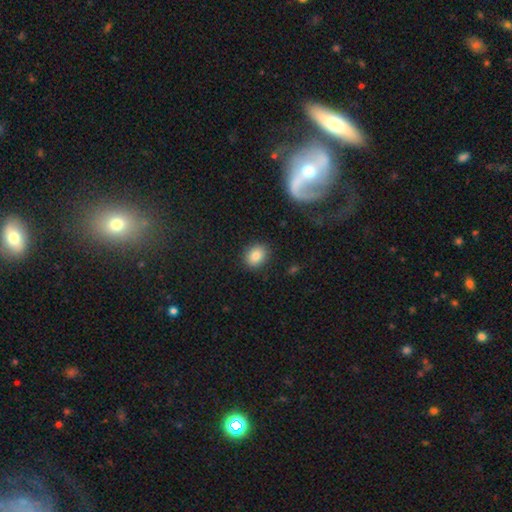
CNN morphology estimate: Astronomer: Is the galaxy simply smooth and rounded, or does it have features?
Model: smooth — 85%.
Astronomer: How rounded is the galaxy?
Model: in between — 54% (runner-up: round, 45%).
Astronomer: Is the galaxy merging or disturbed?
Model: none — 87%.